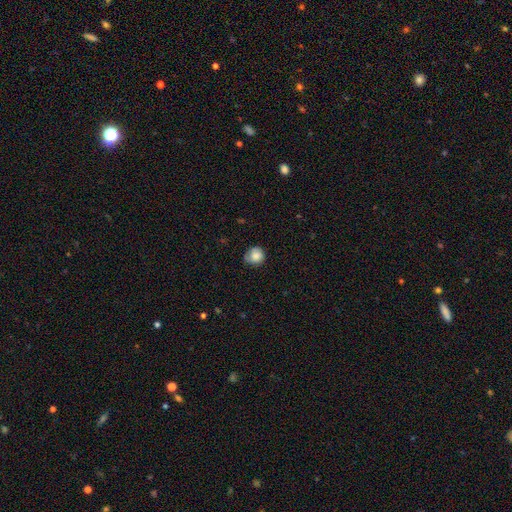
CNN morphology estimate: A smooth galaxy with no disk features (75%) that is round (87%). Merging: none (68%).